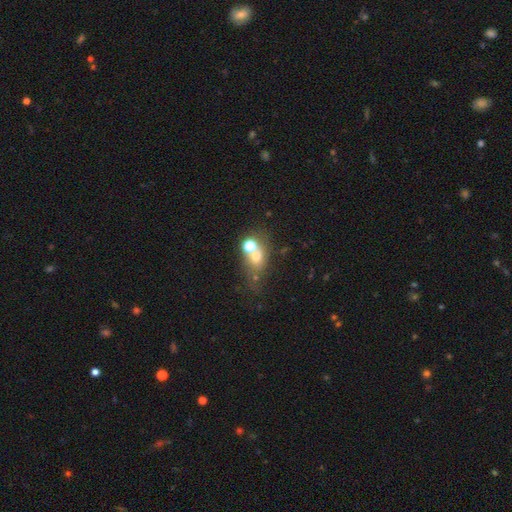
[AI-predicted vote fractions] This is possibly a smooth galaxy (58%). How rounded: possibly round (52%). Merging: marginally none (41%).